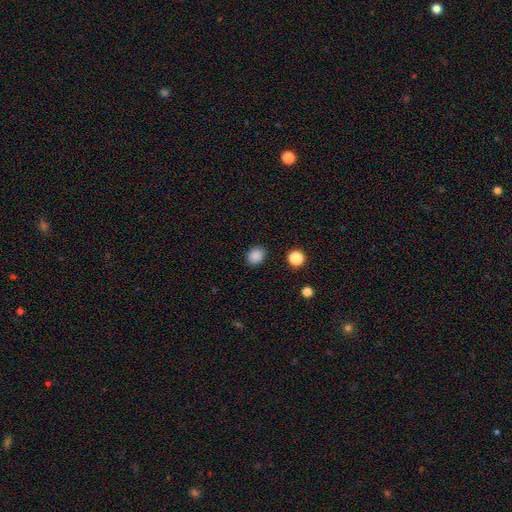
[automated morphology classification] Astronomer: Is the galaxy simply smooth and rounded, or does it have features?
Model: smooth — 86%.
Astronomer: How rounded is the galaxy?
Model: round — 54% (runner-up: in between, 45%).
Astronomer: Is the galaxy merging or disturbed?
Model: none — 87%.